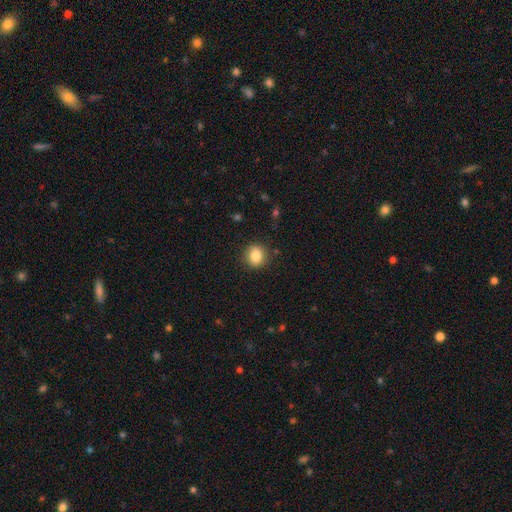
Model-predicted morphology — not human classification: Smooth or featured? Predicted: smooth (p=0.84). How rounded? Predicted: round (p=0.74). Merging? Predicted: none (p=0.88).